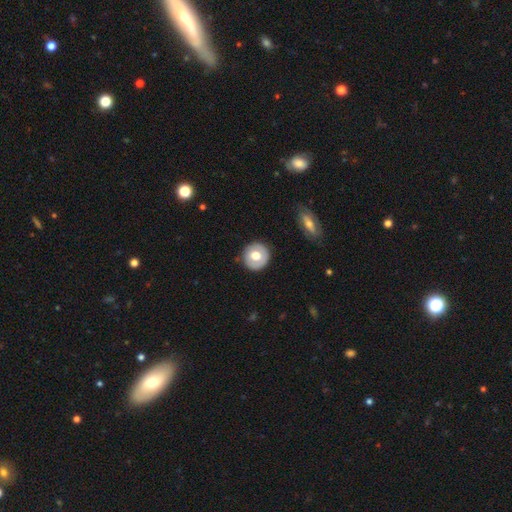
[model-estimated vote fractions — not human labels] Overall: smooth (61%; featured or disk 32%). How rounded: round (92%). Merging: none (88%).